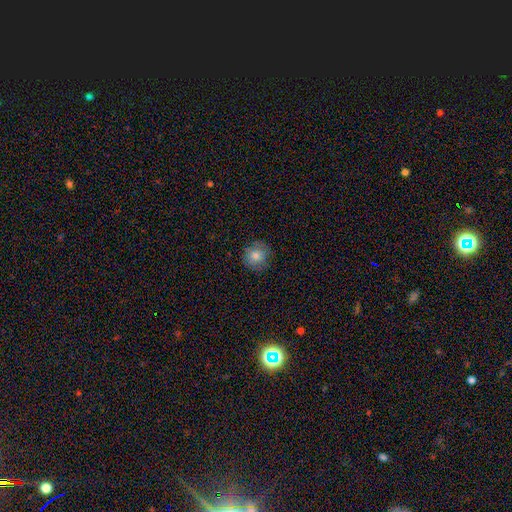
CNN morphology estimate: smooth-or-featured: smooth: 79% | featured or disk: 11% | star or artifact: 10%
  how-rounded: round: 89% | in between: 10% | cigar-shaped: 1%
  merging: none: 81% | minor disturbance: 14% | major disturbance: 4% | merger: 1%